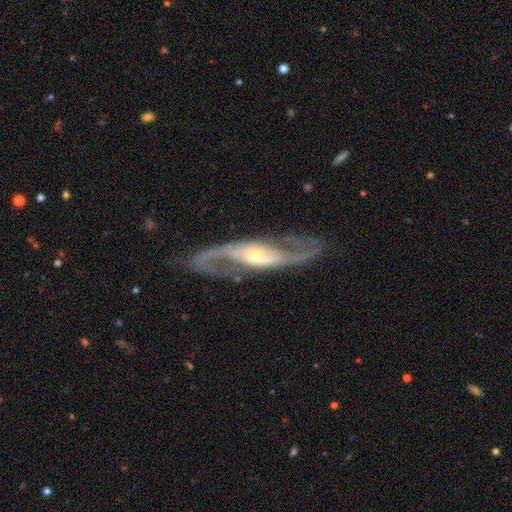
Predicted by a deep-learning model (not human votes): This appears to be a featured or disk galaxy (91%) with no bar (38%), 2 (93%) medium (50%) spiral arms (97%) and a small central bulge (57%). Merging: none (83%).